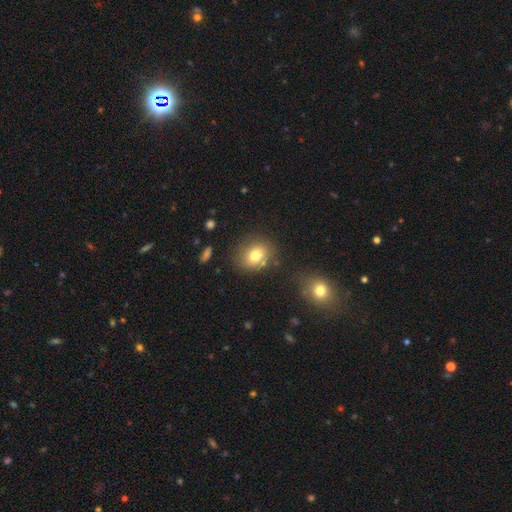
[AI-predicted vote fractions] This is likely a smooth galaxy (78%). How rounded: possibly round (52%). Merging: likely none (74%).